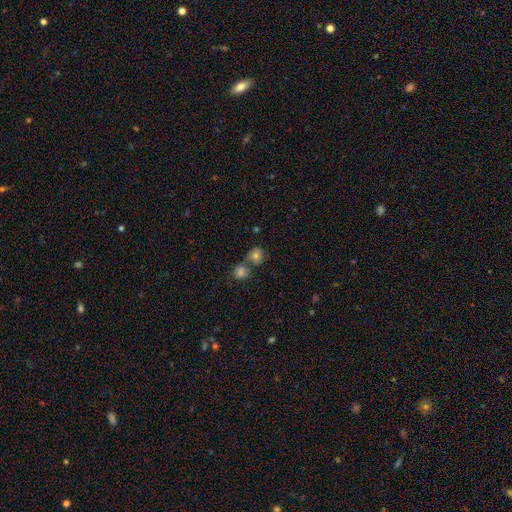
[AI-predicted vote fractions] Q: Smooth or featured?
A: smooth (79%); runner-up: star or artifact (12%)
Q: How rounded?
A: round (85%); runner-up: in between (14%)
Q: Merging?
A: none (54%); runner-up: merger (34%)